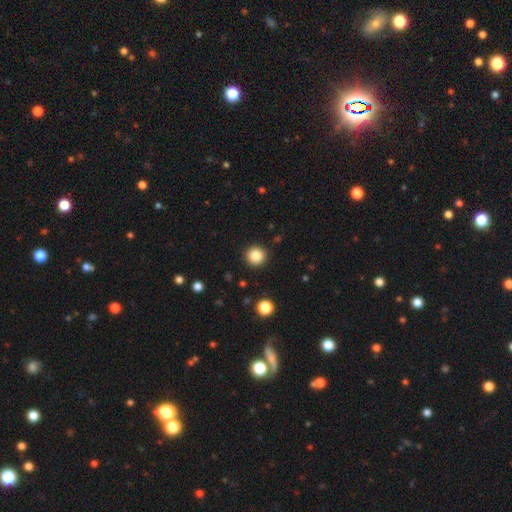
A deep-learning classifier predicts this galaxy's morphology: Smooth or featured? smooth (85%)
How rounded? round (95%)
Merging? none (92%)